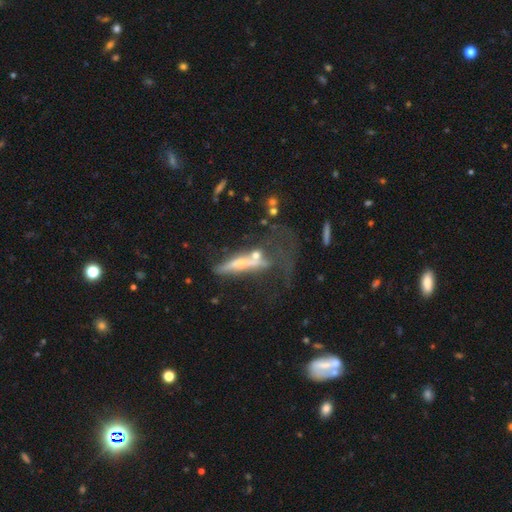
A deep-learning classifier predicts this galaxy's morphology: Q: Smooth or featured?
A: featured or disk (58%); runner-up: smooth (32%)
Q: Edge-on disk?
A: yes (63%); runner-up: no (37%)
Q: Merging?
A: major disturbance (36%); runner-up: merger (26%)